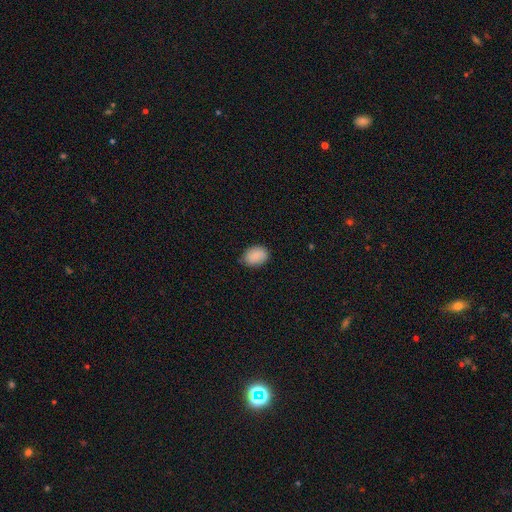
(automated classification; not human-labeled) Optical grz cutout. It shows a smooth galaxy with no disk features (88%) that is in between round and cigar-shaped (72%). Merging: none (80%).